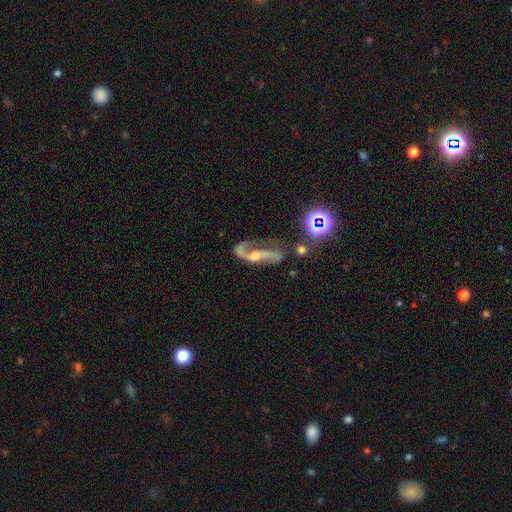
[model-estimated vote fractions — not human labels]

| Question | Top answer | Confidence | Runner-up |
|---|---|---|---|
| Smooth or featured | featured or disk | 84% | star or artifact (10%) |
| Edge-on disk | no | 90% | yes (10%) |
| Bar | no | 43% | weak (31%) |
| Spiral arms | yes | 94% | no (6%) |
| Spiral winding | loose | 76% | medium (19%) |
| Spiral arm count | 2 | 88% | 1 (7%) |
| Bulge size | small | 46% | moderate (43%) |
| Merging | none | 48% | major disturbance (22%) |